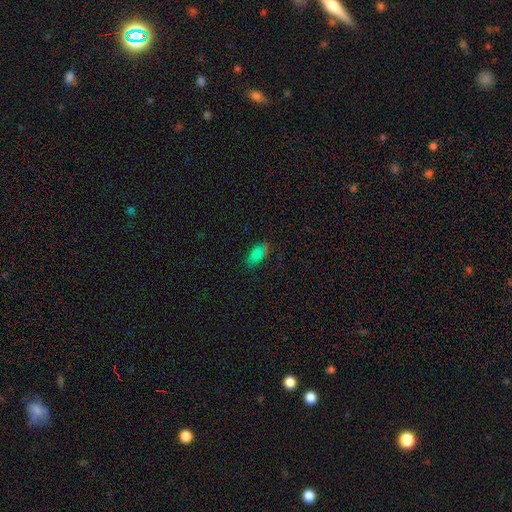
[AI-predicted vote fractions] Smooth or featured? Predicted: smooth (p=0.79). How rounded? Predicted: in between (p=0.92). Merging? Predicted: none (p=0.76).